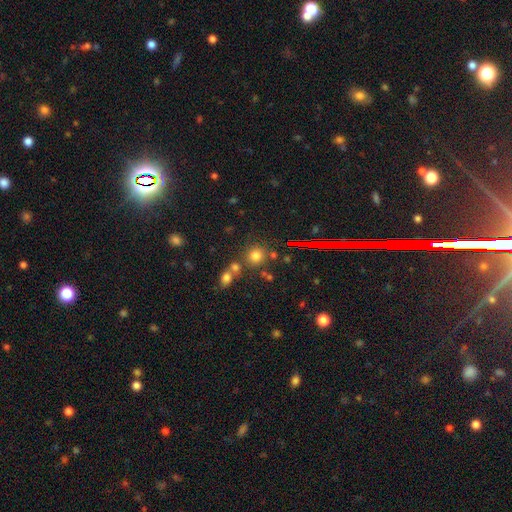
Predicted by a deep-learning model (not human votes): The model was most divided on "merging": none: 70%, merger: 17%, minor disturbance: 9%, major disturbance: 4%. More confident: how rounded — round (88%); smooth or featured — smooth (73%).